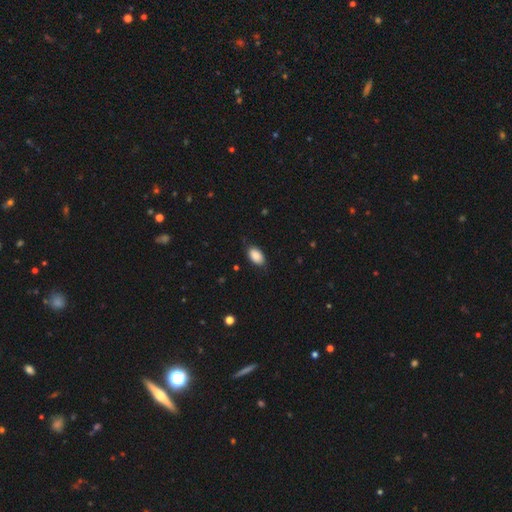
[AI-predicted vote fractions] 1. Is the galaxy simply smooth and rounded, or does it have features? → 88% smooth, 7% star or artifact, 5% featured or disk.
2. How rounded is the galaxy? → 93% in between, 5% round, 2% cigar-shaped.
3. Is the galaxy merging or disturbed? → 78% none, 17% minor disturbance, 4% major disturbance, 1% merger.